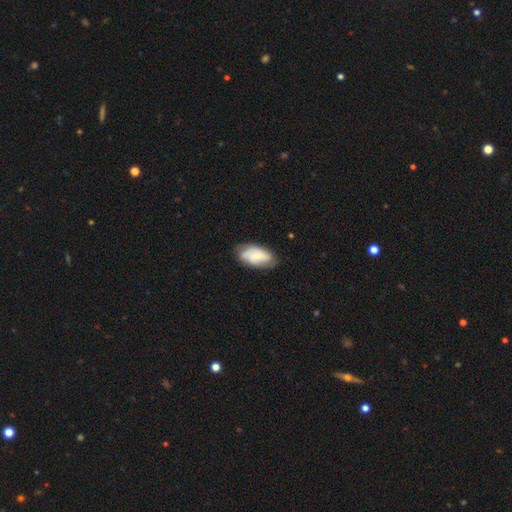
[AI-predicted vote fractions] Smooth or featured? smooth (49%)
Merging? none (70%)